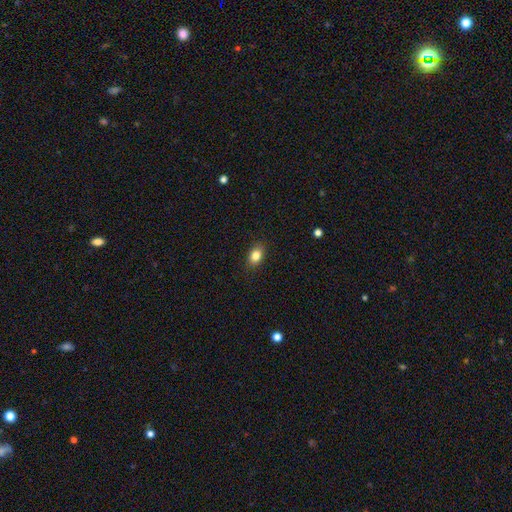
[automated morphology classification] smooth_or_featured: smooth (p=0.83) [alt: star or artifact p=0.10]
how_rounded: in between (p=0.75) [alt: round p=0.23]
merging: none (p=0.88) [alt: minor disturbance p=0.09]